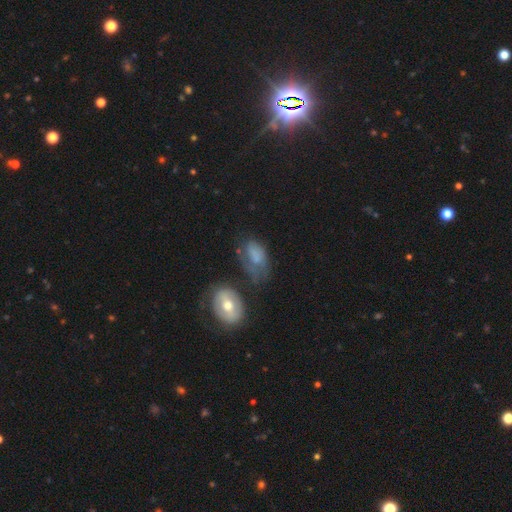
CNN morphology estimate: A smooth galaxy with no disk features (57%) that is in between round and cigar-shaped (86%).

Vote fractions:
- Smooth or featured? smooth: 57% / featured or disk: 32% / star or artifact: 10%
- How rounded? in between: 86% / round: 11% / cigar-shaped: 3%
- Merging? none: 35% / minor disturbance: 28% / major disturbance: 25% / merger: 13%